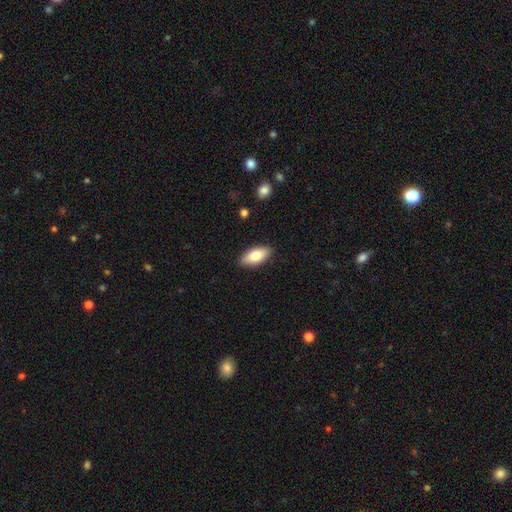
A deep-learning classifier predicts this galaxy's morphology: Smooth or featured? smooth (80%)
How rounded? in between (87%)
Merging? none (88%)